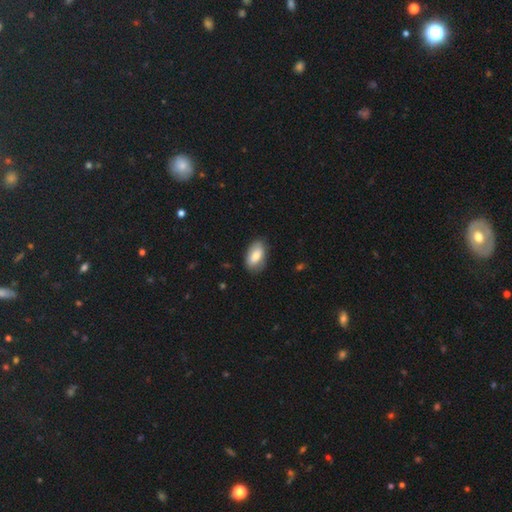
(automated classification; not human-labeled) smooth_or_featured: smooth (p=0.77) [alt: featured or disk p=0.16]
how_rounded: in between (p=0.93) [alt: round p=0.05]
merging: none (p=0.77) [alt: minor disturbance p=0.18]